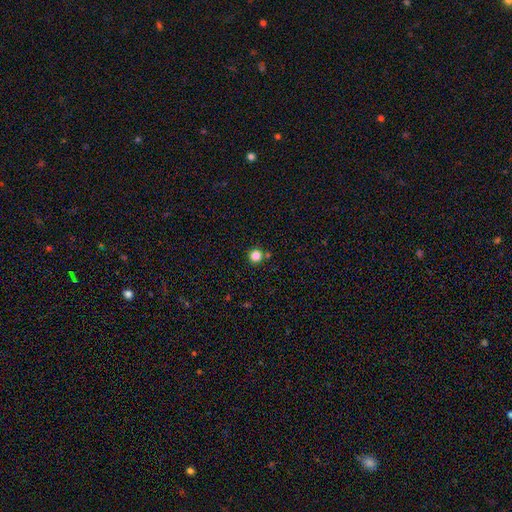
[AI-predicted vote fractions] smooth_or_featured: smooth (p=0.83) [alt: star or artifact p=0.13]
how_rounded: round (p=0.95) [alt: in between p=0.04]
merging: none (p=0.86) [alt: merger p=0.07]